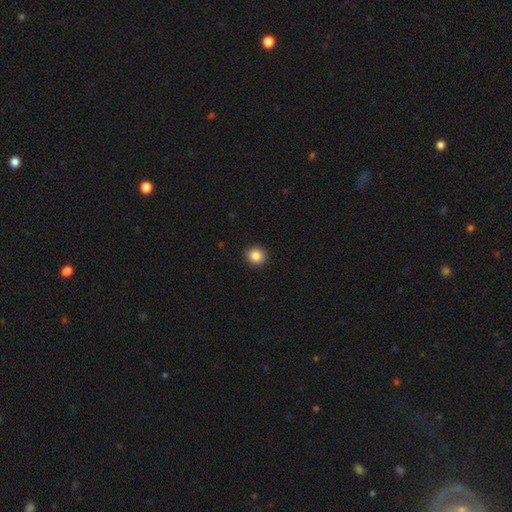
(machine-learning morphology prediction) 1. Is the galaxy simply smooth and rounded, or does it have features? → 86% smooth, 10% star or artifact, 4% featured or disk.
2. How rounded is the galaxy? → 90% round, 9% in between, 1% cigar-shaped.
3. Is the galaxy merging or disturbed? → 92% none, 5% minor disturbance, 2% major disturbance, 1% merger.